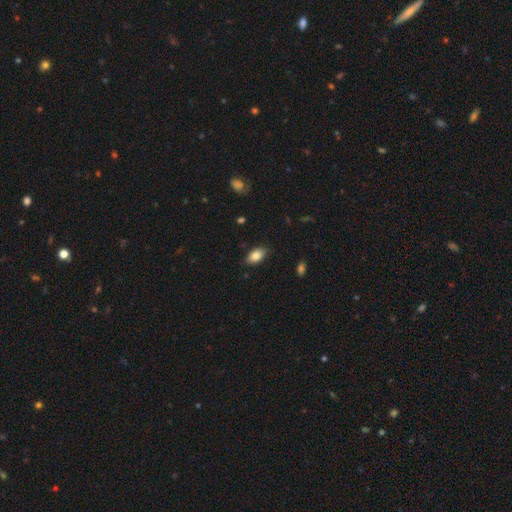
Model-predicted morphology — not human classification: This appears to be a smooth galaxy with no disk features (85%) that is in between round and cigar-shaped (92%). Merging: none (85%).